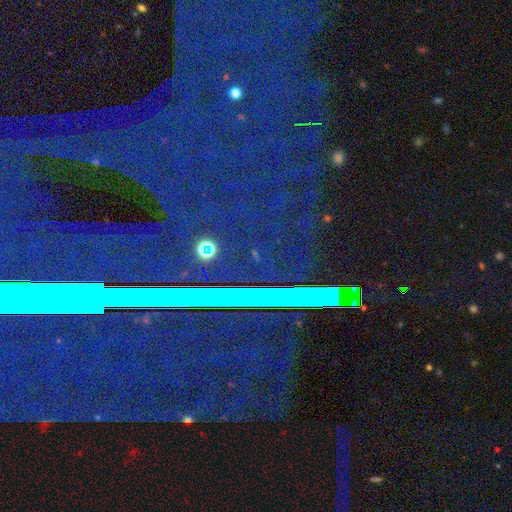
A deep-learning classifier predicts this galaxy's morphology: This is clearly a star or artifact rather than a galaxy (83%).